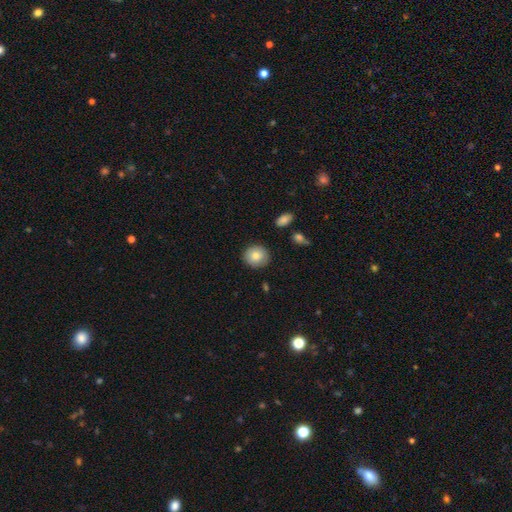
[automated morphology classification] The model was most divided on "how rounded": round: 83%, in between: 16%, cigar-shaped: 1%. More confident: merging — none (87%); smooth or featured — smooth (81%).